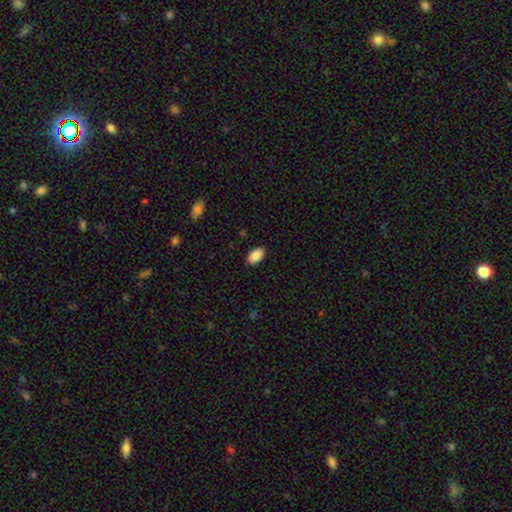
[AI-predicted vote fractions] Smooth or featured: smooth — 89% (star or artifact — 7%)
How rounded: in between — 95% (round — 4%)
Merging: none — 89% (minor disturbance — 9%)